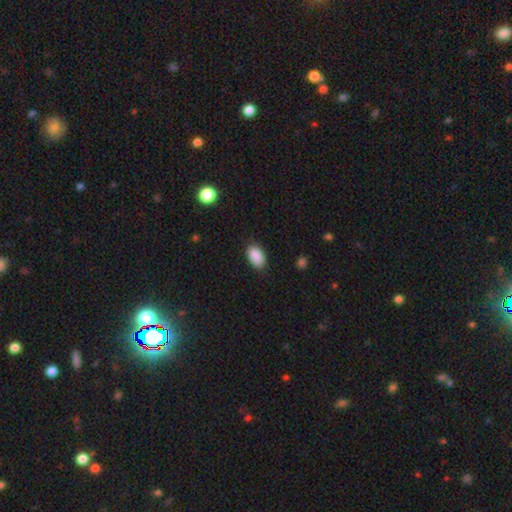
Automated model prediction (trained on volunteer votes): Q: Smooth or featured?
A: smooth (89%); runner-up: star or artifact (7%)
Q: How rounded?
A: in between (92%); runner-up: round (6%)
Q: Merging?
A: none (83%); runner-up: minor disturbance (13%)